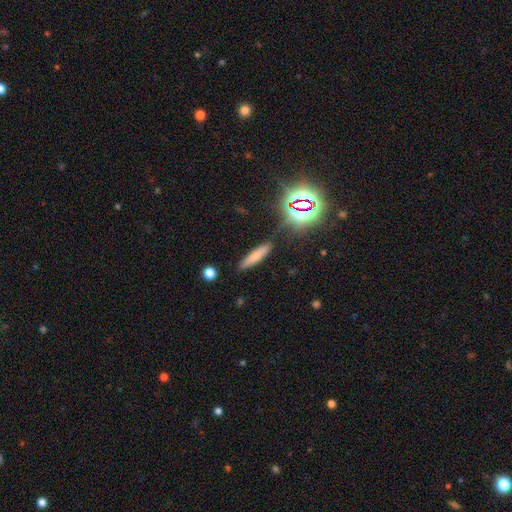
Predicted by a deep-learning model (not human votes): Q: Smooth or featured?
A: smooth (69%); runner-up: featured or disk (17%)
Q: How rounded?
A: cigar-shaped (83%); runner-up: in between (15%)
Q: Merging?
A: none (85%); runner-up: minor disturbance (10%)